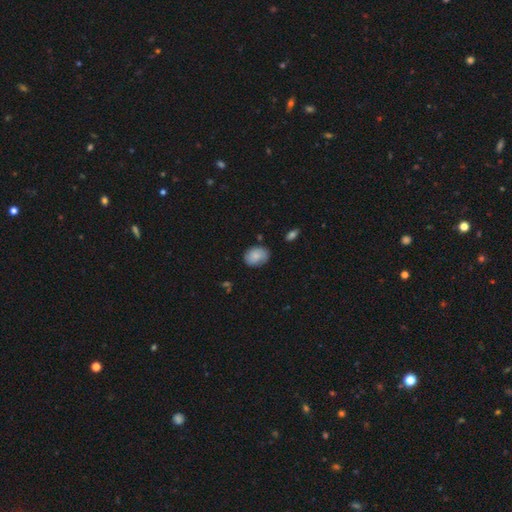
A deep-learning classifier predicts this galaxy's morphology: Q: Smooth or featured?
A: smooth (76%); runner-up: featured or disk (16%)
Q: How rounded?
A: in between (69%); runner-up: round (30%)
Q: Merging?
A: none (74%); runner-up: minor disturbance (20%)